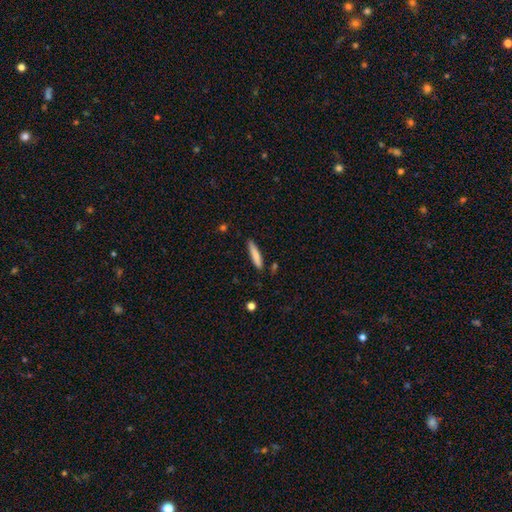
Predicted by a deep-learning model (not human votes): Q: Smooth or featured?
A: smooth (80%); runner-up: featured or disk (14%)
Q: How rounded?
A: cigar-shaped (89%); runner-up: in between (10%)
Q: Merging?
A: none (84%); runner-up: minor disturbance (12%)